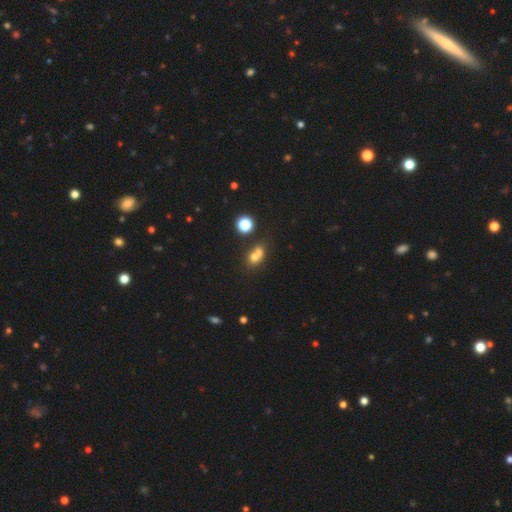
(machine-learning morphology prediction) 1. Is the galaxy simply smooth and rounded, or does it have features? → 66% smooth, 17% star or artifact, 17% featured or disk.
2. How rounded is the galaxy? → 64% round, 35% in between, 2% cigar-shaped.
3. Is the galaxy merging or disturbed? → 58% merger, 30% none, 8% minor disturbance, 4% major disturbance.